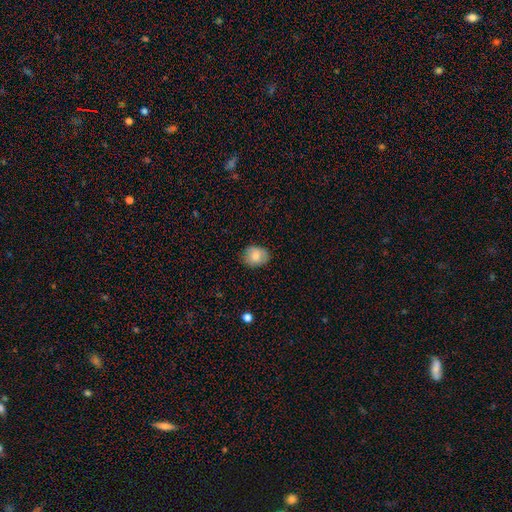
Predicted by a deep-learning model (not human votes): smooth_or_featured: smooth (p=0.81) [alt: featured or disk p=0.11]
how_rounded: round (p=0.52) [alt: in between p=0.47]
merging: none (p=0.83) [alt: minor disturbance p=0.14]